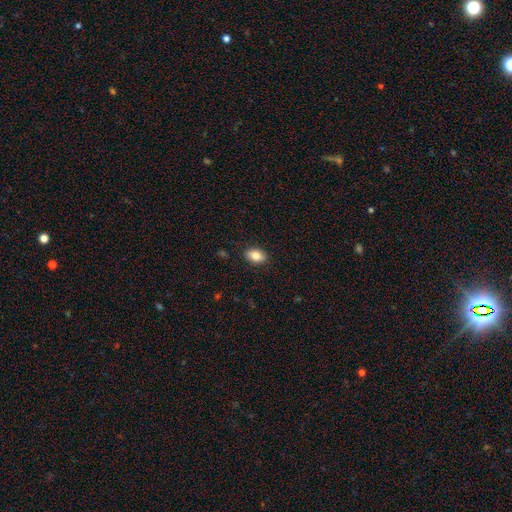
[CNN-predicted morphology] Q: Smooth or featured?
A: smooth (84%); runner-up: star or artifact (8%)
Q: How rounded?
A: in between (86%); runner-up: round (12%)
Q: Merging?
A: none (89%); runner-up: minor disturbance (8%)